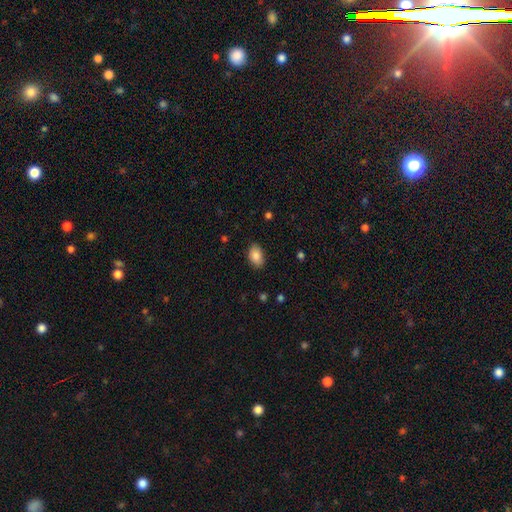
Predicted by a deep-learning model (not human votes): A smooth galaxy with no disk features (86%) that is in between round and cigar-shaped (90%).

Vote fractions:
- Smooth or featured? smooth: 86% / star or artifact: 7% / featured or disk: 7%
- How rounded? in between: 90% / round: 9% / cigar-shaped: 1%
- Merging? none: 87% / minor disturbance: 10% / major disturbance: 2% / merger: 1%